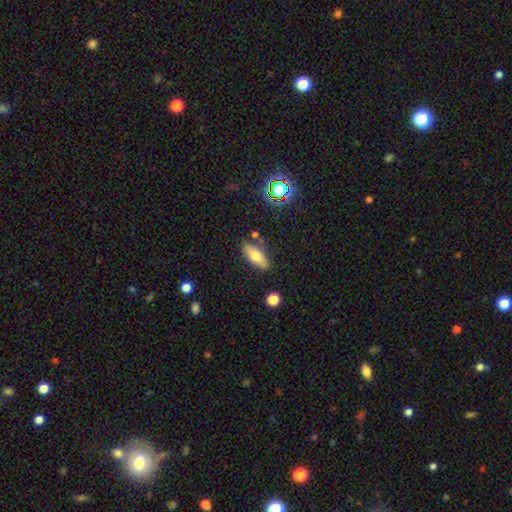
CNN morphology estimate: Smooth or featured? smooth (67%)
How rounded? in between (72%)
Merging? none (77%)